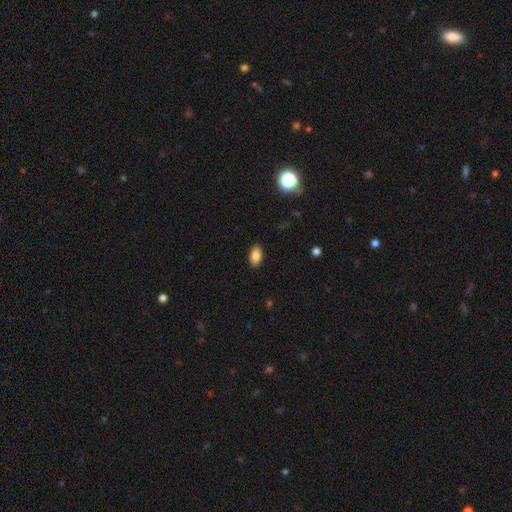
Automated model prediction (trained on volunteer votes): smooth-or-featured: smooth: 84% | star or artifact: 8% | featured or disk: 7%
  how-rounded: in between: 92% | round: 4% | cigar-shaped: 3%
  merging: none: 89% | minor disturbance: 8% | major disturbance: 2% | merger: 1%